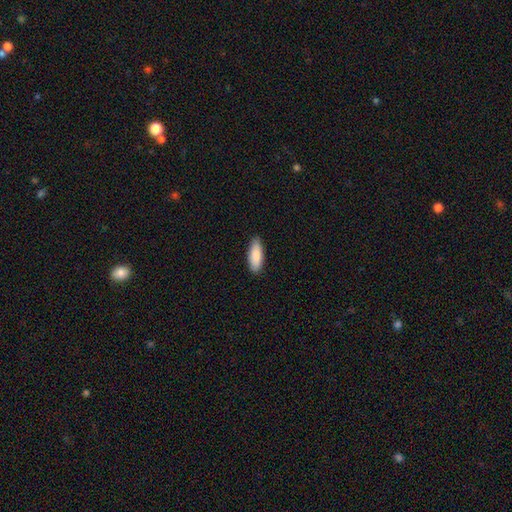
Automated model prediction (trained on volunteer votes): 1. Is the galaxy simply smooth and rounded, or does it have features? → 89% smooth, 6% featured or disk, 5% star or artifact.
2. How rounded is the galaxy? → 72% in between, 26% cigar-shaped, 2% round.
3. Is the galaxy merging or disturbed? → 88% none, 9% minor disturbance, 2% major disturbance, 1% merger.